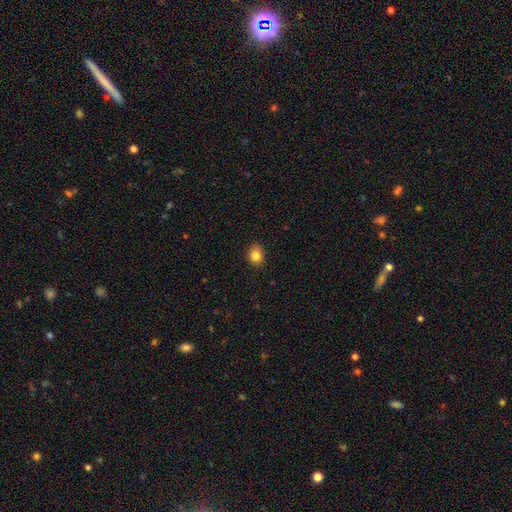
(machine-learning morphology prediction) smooth-or-featured: smooth: 84% | star or artifact: 11% | featured or disk: 5%
  how-rounded: round: 63% | in between: 36% | cigar-shaped: 1%
  merging: none: 82% | minor disturbance: 15% | major disturbance: 3% | merger: 1%